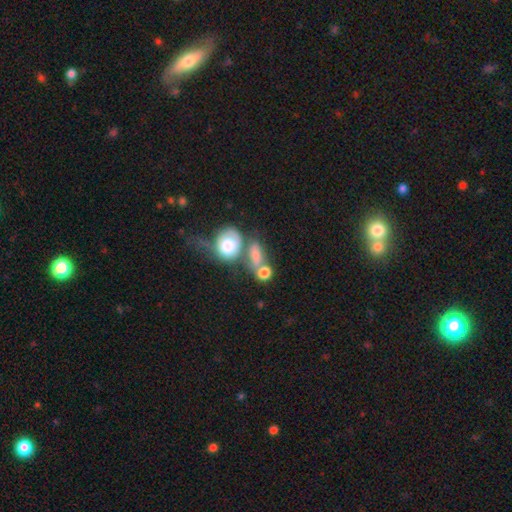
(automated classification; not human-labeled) Smooth or featured? Predicted: smooth (p=0.69). How rounded? Predicted: in between (p=0.57). Merging? Predicted: merger (p=0.44).